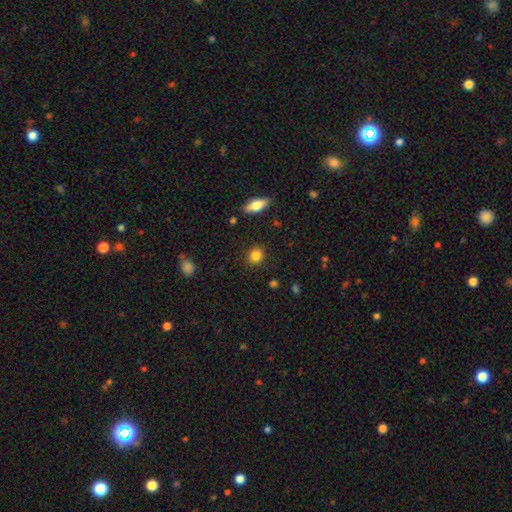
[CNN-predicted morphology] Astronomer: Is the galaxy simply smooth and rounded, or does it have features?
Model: smooth — 85%.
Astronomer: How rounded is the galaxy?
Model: round — 78%.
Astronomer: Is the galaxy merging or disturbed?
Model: none — 89%.